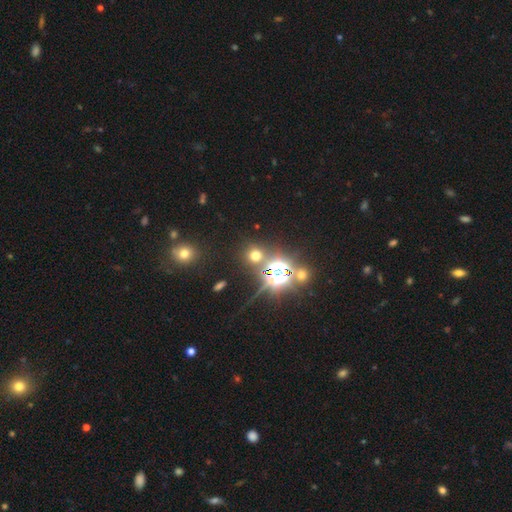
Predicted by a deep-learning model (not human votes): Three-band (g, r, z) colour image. It shows a smooth galaxy with no disk features (48%). Merging: none (80%).